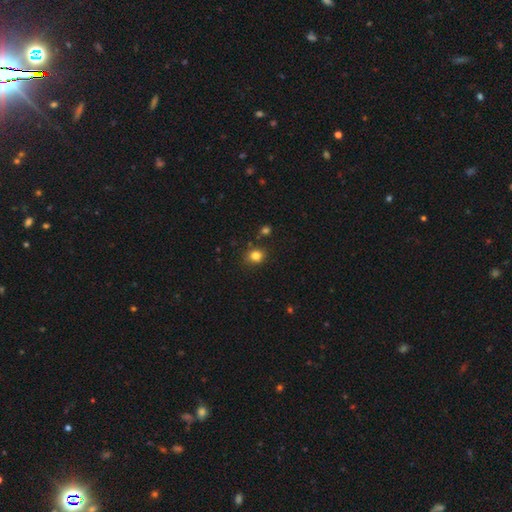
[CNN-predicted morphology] This is clearly a smooth galaxy (82%). How rounded: likely round (76%). Merging: clearly none (82%).